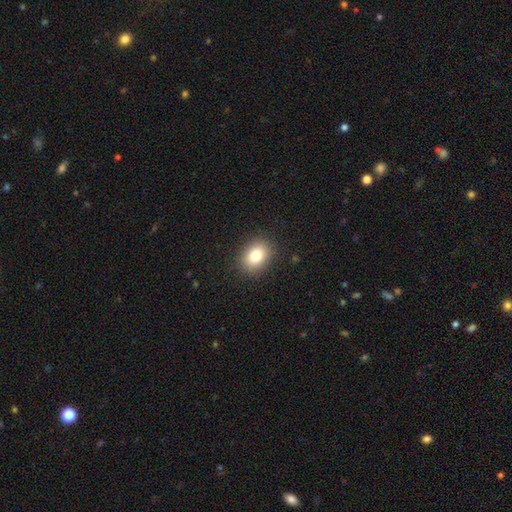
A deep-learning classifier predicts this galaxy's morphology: Smooth or featured?
  - smooth: 82% *
  - star or artifact: 9%
  - featured or disk: 8%
How rounded?
  - in between: 67% *
  - round: 32%
  - cigar-shaped: 1%
Merging?
  - none: 88% *
  - minor disturbance: 8%
  - major disturbance: 3%
  - merger: 1%